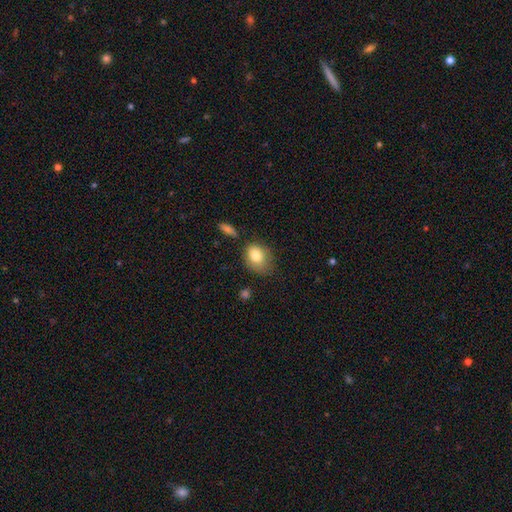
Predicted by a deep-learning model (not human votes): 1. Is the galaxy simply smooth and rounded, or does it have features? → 81% smooth, 11% featured or disk, 8% star or artifact.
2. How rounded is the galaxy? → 66% in between, 32% round, 1% cigar-shaped.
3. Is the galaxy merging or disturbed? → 61% none, 27% minor disturbance, 8% major disturbance, 5% merger.